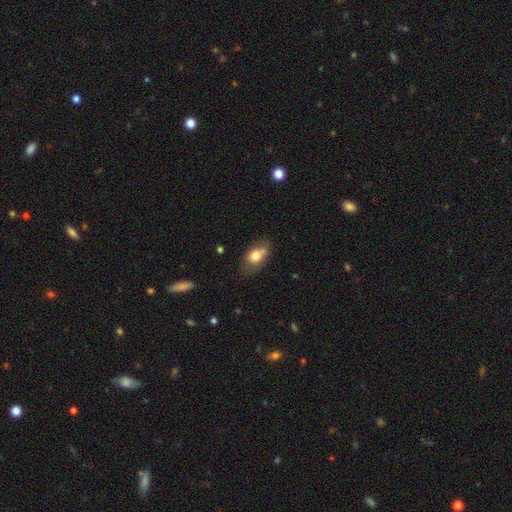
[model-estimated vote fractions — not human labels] This is likely a smooth galaxy (73%). How rounded: clearly in between (81%). Merging: possibly none (53%).